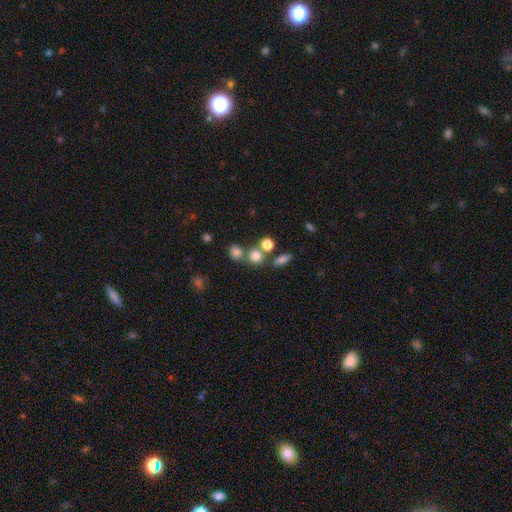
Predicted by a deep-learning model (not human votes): Overall: smooth (77%). How rounded: round (78%). Merging: none (59%; merger 28%).